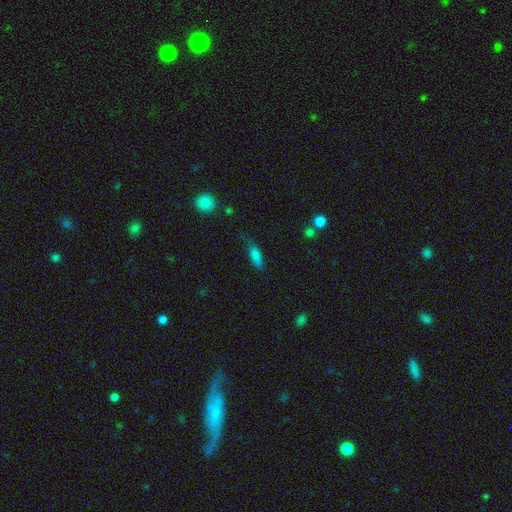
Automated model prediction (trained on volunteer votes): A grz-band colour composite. It shows a smooth galaxy with no disk features (77%) that is in between round and cigar-shaped (53%). Merging: none (58%).